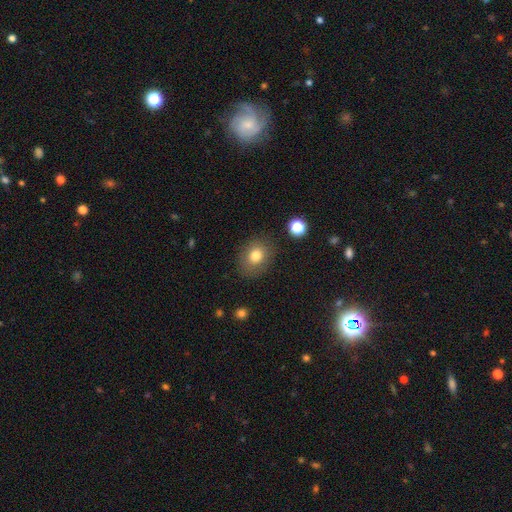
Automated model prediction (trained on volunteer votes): This appears to be a smooth galaxy with no disk features (78%) that is round (55%). Merging: none (82%).